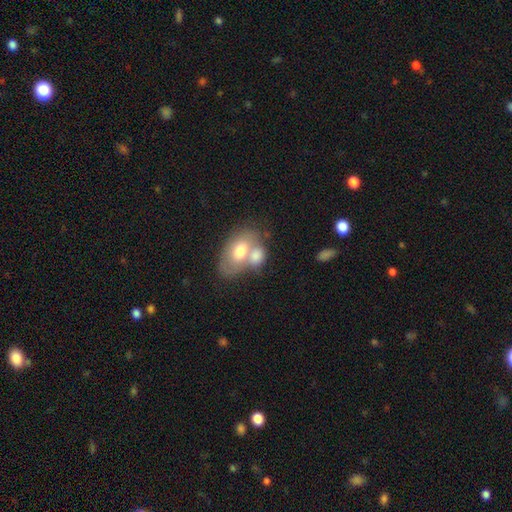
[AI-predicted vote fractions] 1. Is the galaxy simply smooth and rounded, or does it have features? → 68% smooth, 26% featured or disk, 7% star or artifact.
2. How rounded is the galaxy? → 84% in between, 14% round, 2% cigar-shaped.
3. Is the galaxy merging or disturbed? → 64% merger, 22% none, 9% minor disturbance, 5% major disturbance.